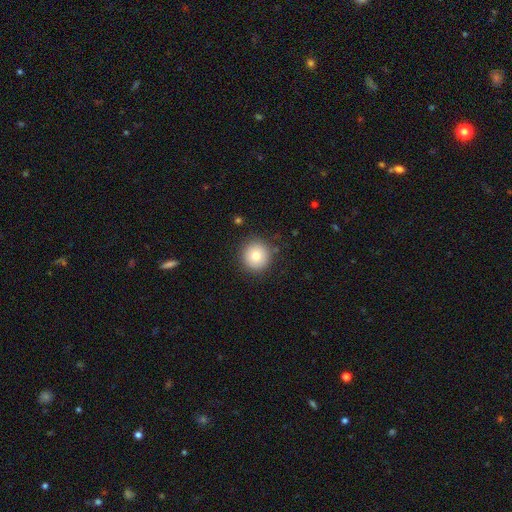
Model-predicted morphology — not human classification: smooth-or-featured: smooth: 77% | featured or disk: 13% | star or artifact: 10%
  how-rounded: round: 94% | in between: 5% | cigar-shaped: 1%
  merging: none: 87% | minor disturbance: 9% | major disturbance: 3% | merger: 1%